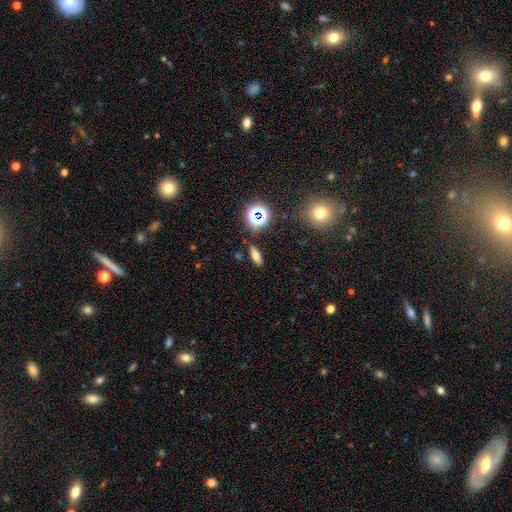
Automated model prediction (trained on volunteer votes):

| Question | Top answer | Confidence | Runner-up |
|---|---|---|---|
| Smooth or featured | smooth | 61% | star or artifact (21%) |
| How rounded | in between | 55% | cigar-shaped (35%) |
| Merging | none | 86% | minor disturbance (9%) |